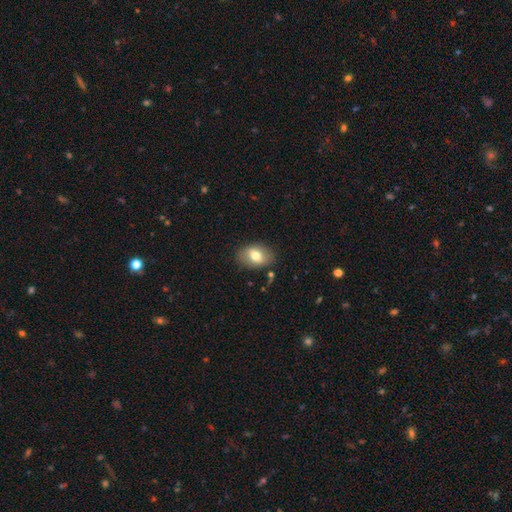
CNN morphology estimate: A smooth galaxy with no disk features (69%) that is in between round and cigar-shaped (82%).

Vote fractions:
- Smooth or featured? smooth: 69% / featured or disk: 23% / star or artifact: 8%
- How rounded? in between: 82% / round: 17% / cigar-shaped: 1%
- Merging? none: 82% / minor disturbance: 12% / major disturbance: 3% / merger: 2%